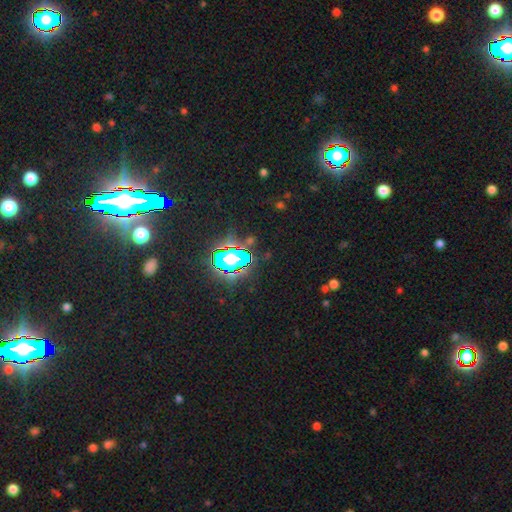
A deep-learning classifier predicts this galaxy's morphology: type=star or artifact (82%).